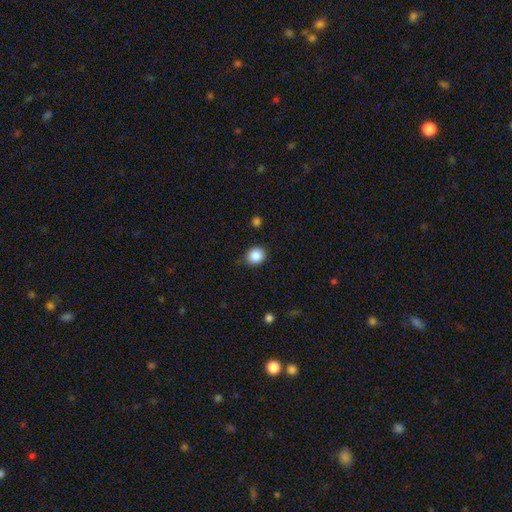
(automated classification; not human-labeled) smooth-or-featured: smooth: 87% | star or artifact: 9% | featured or disk: 4%
  how-rounded: round: 77% | in between: 22% | cigar-shaped: 1%
  merging: none: 84% | minor disturbance: 12% | major disturbance: 3% | merger: 2%